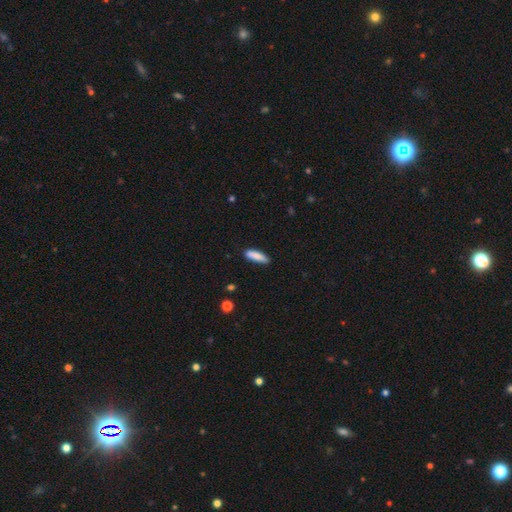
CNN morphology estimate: type=smooth (85%); roundness=cigar-shaped (63%); merging=none (80%).